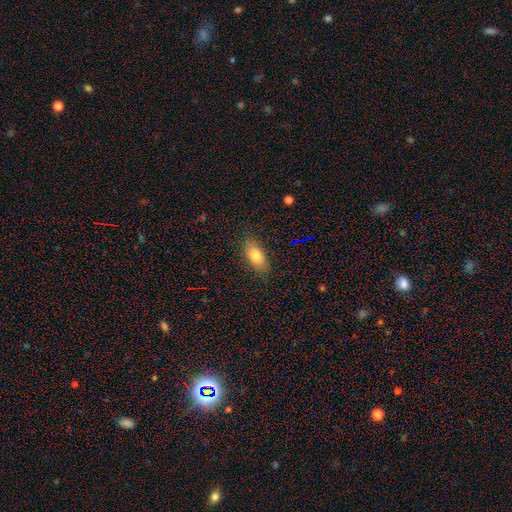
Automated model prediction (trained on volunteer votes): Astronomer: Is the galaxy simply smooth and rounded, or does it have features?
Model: smooth — 79%.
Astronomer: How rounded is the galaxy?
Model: in between — 87%.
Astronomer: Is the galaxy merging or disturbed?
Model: none — 84%.